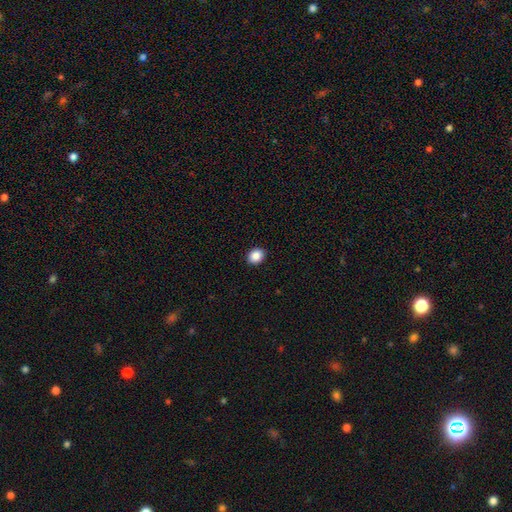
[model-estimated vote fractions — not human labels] This is clearly a smooth galaxy (88%). How rounded: possibly round (55%). Merging: clearly none (92%).